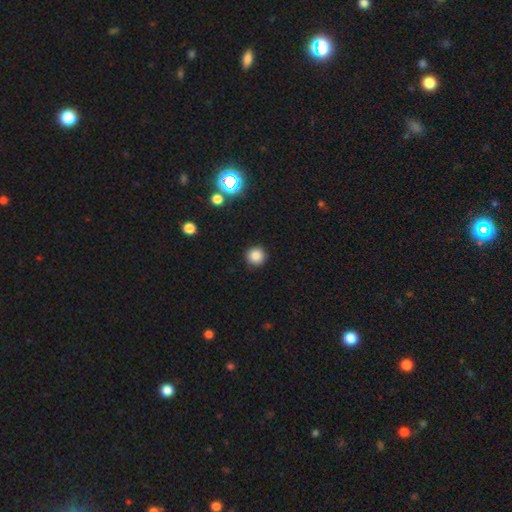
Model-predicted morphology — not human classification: Q: Smooth or featured?
A: smooth (84%); runner-up: star or artifact (12%)
Q: How rounded?
A: round (95%); runner-up: in between (4%)
Q: Merging?
A: none (92%); runner-up: minor disturbance (5%)